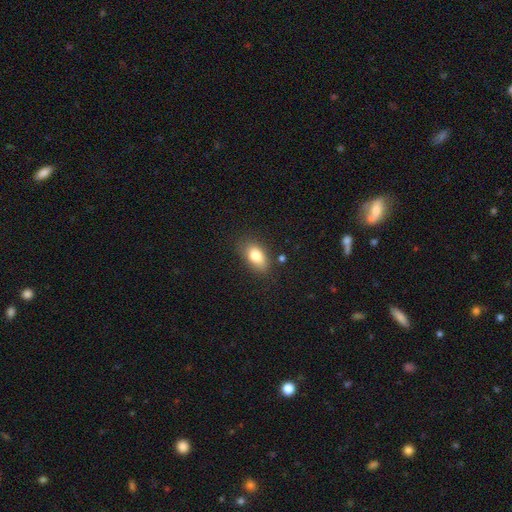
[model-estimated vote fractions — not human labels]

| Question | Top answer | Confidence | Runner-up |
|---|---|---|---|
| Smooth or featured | smooth | 81% | featured or disk (11%) |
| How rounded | in between | 87% | round (8%) |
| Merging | none | 75% | minor disturbance (17%) |